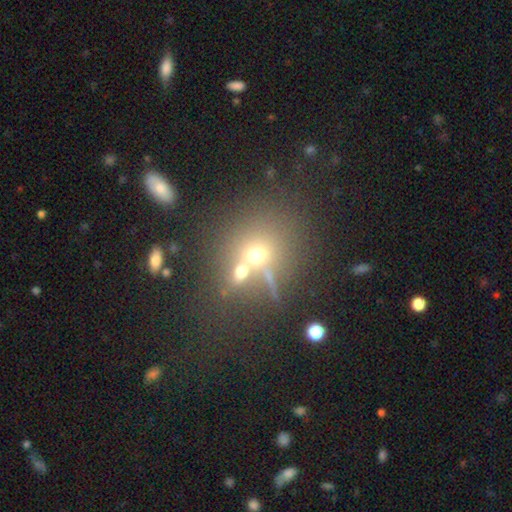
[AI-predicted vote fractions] Smooth or featured? Predicted: smooth (p=0.55). How rounded? Predicted: round (p=0.79). Merging? Predicted: none (p=0.46).